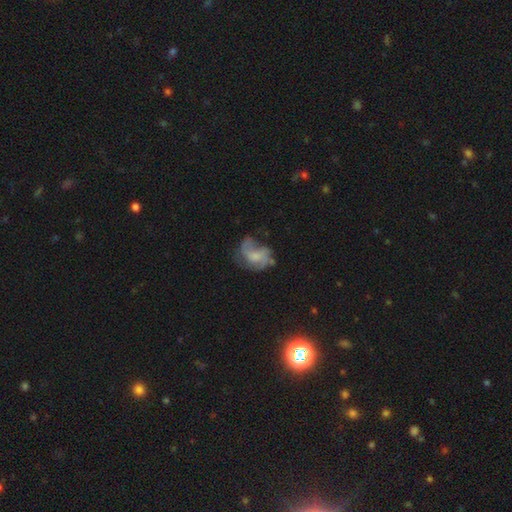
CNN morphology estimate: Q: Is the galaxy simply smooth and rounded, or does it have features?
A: featured or disk — 59%.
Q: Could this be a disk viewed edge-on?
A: no — 98%.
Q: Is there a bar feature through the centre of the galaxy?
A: no — 69%.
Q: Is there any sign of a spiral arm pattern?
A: yes — 73%.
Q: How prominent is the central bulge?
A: small — 35%.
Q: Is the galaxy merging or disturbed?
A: none — 38%.